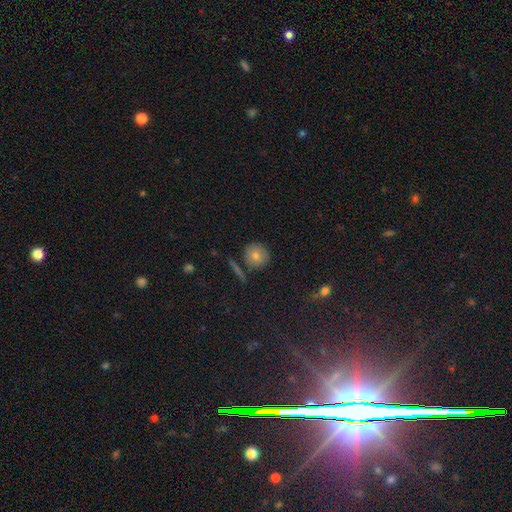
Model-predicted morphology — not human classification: A smooth galaxy with no disk features (75%) that is round (91%).

Vote fractions:
- Smooth or featured? smooth: 75% / star or artifact: 13% / featured or disk: 12%
- How rounded? round: 91% / in between: 7% / cigar-shaped: 1%
- Merging? none: 82% / minor disturbance: 10% / merger: 6% / major disturbance: 3%